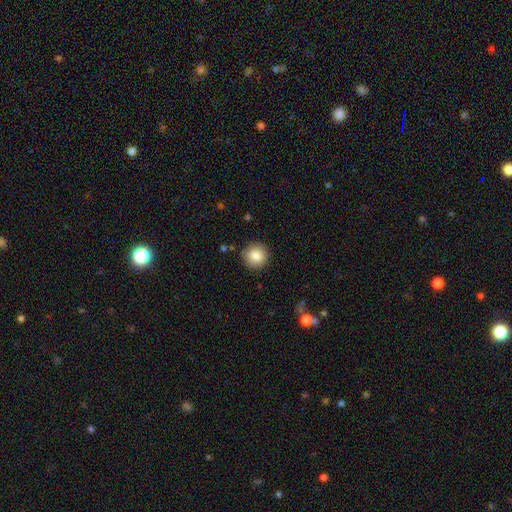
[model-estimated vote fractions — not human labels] Overall: smooth (85%). How rounded: round (93%). Merging: none (90%).